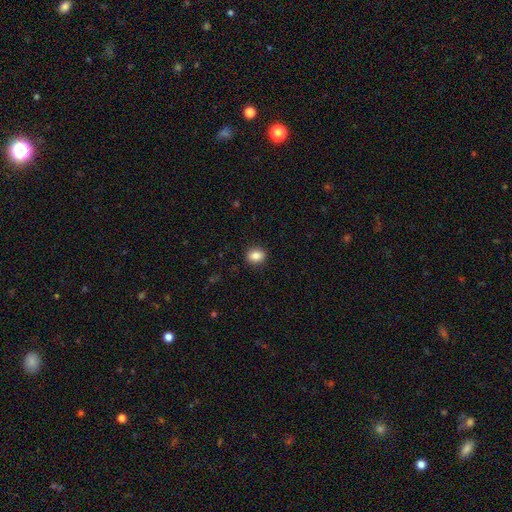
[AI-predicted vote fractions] A smooth galaxy with no disk features (86%) that is in between round and cigar-shaped (51%).

Vote fractions:
- Smooth or featured? smooth: 86% / star or artifact: 9% / featured or disk: 6%
- How rounded? in between: 51% / round: 48% / cigar-shaped: 1%
- Merging? none: 90% / minor disturbance: 7% / major disturbance: 2% / merger: 1%